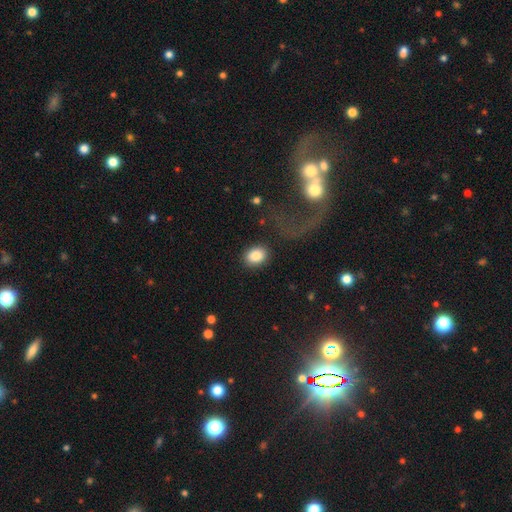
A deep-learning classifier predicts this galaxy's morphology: Smooth or featured?
  - smooth: 86% *
  - star or artifact: 8%
  - featured or disk: 6%
How rounded?
  - in between: 64% *
  - round: 35%
  - cigar-shaped: 1%
Merging?
  - none: 85% *
  - minor disturbance: 9%
  - major disturbance: 4%
  - merger: 2%